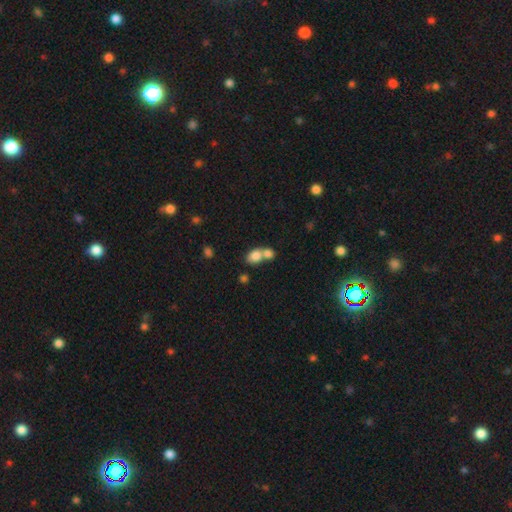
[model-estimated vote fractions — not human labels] This is clearly a smooth galaxy (80%). How rounded: likely in between (61%). Merging: likely merger (67%).